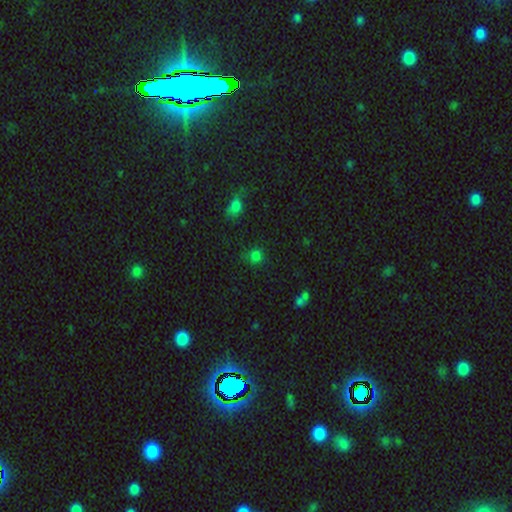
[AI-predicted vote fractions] Smooth or featured? smooth (74%)
How rounded? round (86%)
Merging? none (77%)